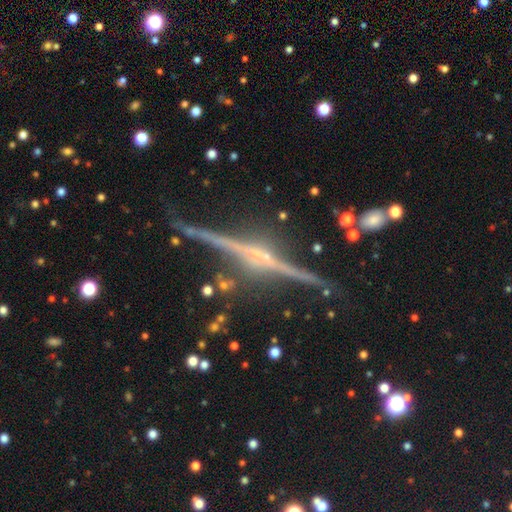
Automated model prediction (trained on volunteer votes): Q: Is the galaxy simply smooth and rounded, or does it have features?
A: featured or disk — 87%.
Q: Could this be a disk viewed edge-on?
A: yes — 98%.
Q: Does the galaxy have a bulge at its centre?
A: rounded — 67%.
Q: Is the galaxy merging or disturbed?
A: none — 86%.